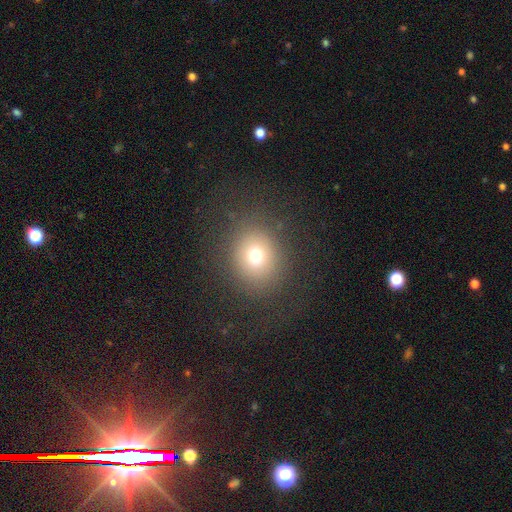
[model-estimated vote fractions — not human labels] A smooth galaxy with no disk features (70%) that is round (82%).

Vote fractions:
- Smooth or featured? smooth: 70% / star or artifact: 19% / featured or disk: 11%
- How rounded? round: 82% / in between: 17% / cigar-shaped: 1%
- Merging? none: 84% / minor disturbance: 8% / major disturbance: 7% / merger: 1%